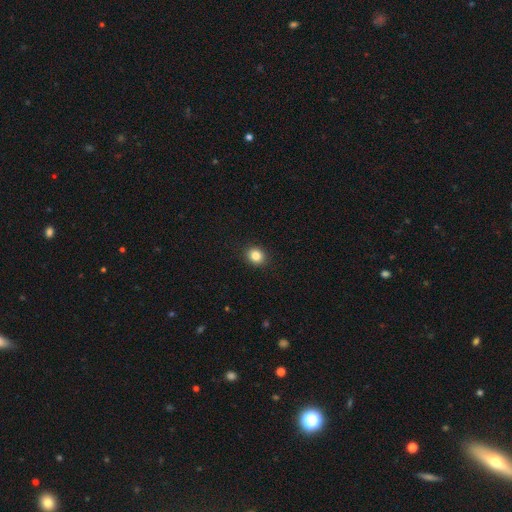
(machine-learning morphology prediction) Overall: smooth (85%). How rounded: round (72%). Merging: none (92%).